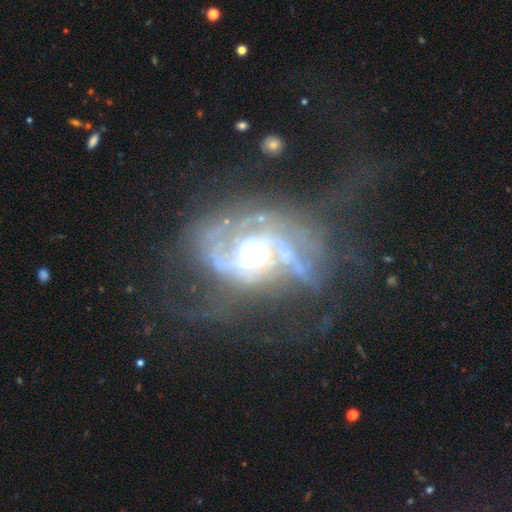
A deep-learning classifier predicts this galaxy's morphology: type=featured or disk (88%); edge-on=no (97%); bar=no (66%); spiral arms=yes (92%); winding=tight (42%); arm count=2 (40%); bulge=moderate (58%); merging=none (41%).